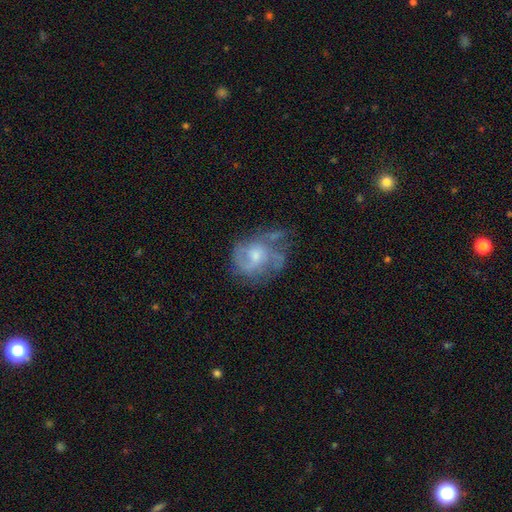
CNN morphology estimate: This appears to be a featured or disk galaxy (72%) with no bar (65%), 2 (35%) medium (45%) spiral arms (80%) and a moderate central bulge (49%). Merging: none (45%).